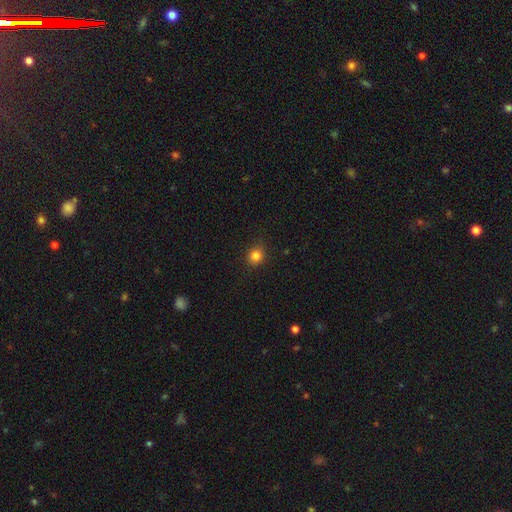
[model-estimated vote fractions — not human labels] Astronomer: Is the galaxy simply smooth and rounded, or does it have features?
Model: smooth — 83%.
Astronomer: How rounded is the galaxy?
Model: round — 85%.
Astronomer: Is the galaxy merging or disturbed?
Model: none — 86%.